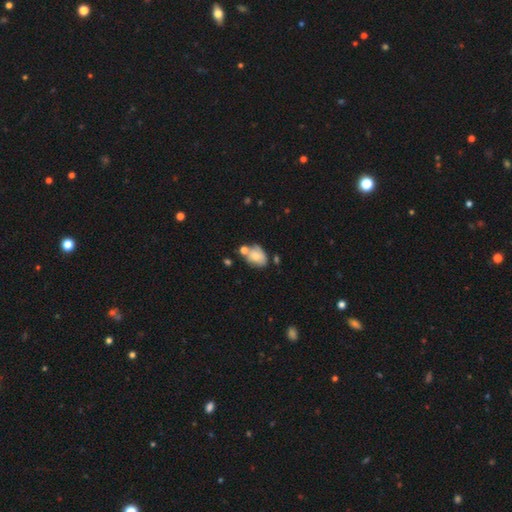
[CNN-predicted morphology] smooth 68%, featured or disk 23%, star or artifact 9%. Down the decision tree: how rounded — in between (67%); merging — none (41%).